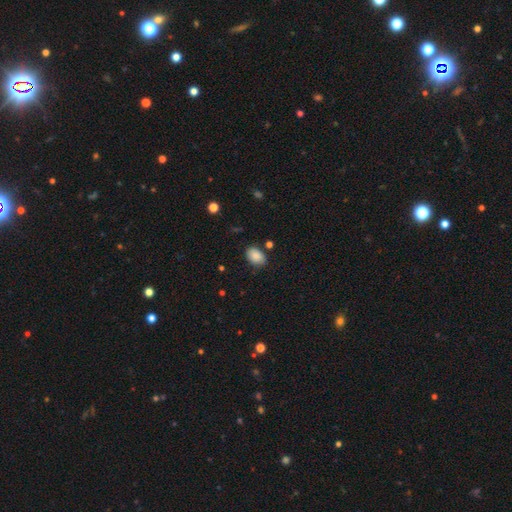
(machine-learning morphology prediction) Q: Smooth or featured?
A: smooth (86%); runner-up: star or artifact (8%)
Q: How rounded?
A: in between (82%); runner-up: round (17%)
Q: Merging?
A: none (80%); runner-up: minor disturbance (13%)